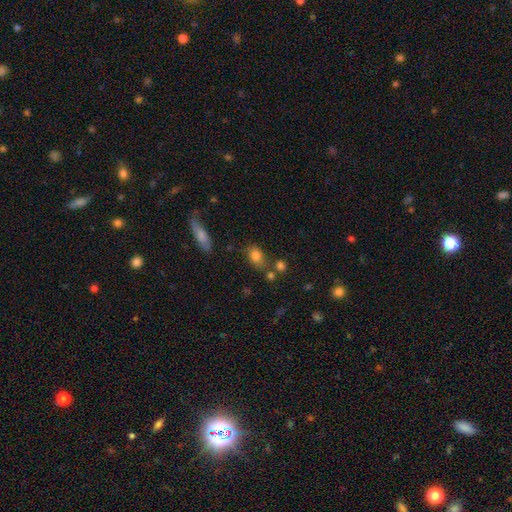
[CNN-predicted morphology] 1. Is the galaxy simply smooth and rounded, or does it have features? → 81% smooth, 10% star or artifact, 9% featured or disk.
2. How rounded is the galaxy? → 74% in between, 22% round, 4% cigar-shaped.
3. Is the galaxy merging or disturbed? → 59% none, 20% minor disturbance, 14% merger, 7% major disturbance.